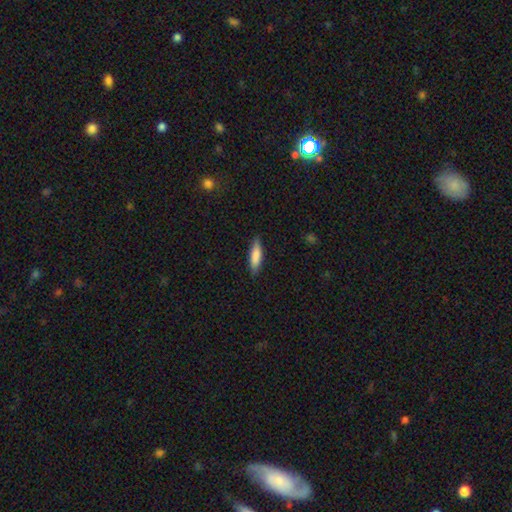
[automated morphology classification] Smooth or featured? smooth (82%)
How rounded? cigar-shaped (67%)
Merging? none (86%)